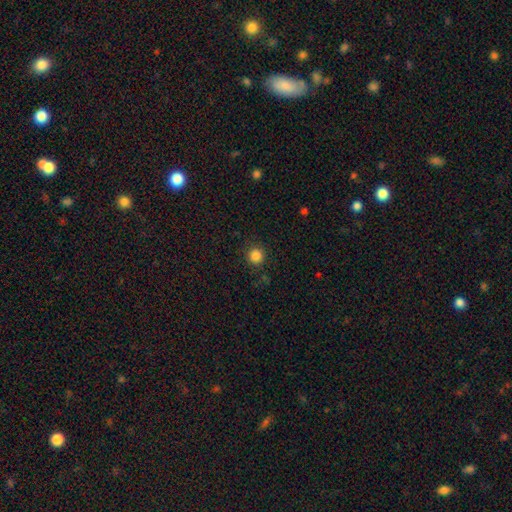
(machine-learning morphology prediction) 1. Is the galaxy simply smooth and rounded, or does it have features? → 85% smooth, 12% star or artifact, 4% featured or disk.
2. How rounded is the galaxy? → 94% round, 5% in between, 1% cigar-shaped.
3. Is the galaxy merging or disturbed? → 90% none, 7% minor disturbance, 2% major disturbance, 1% merger.